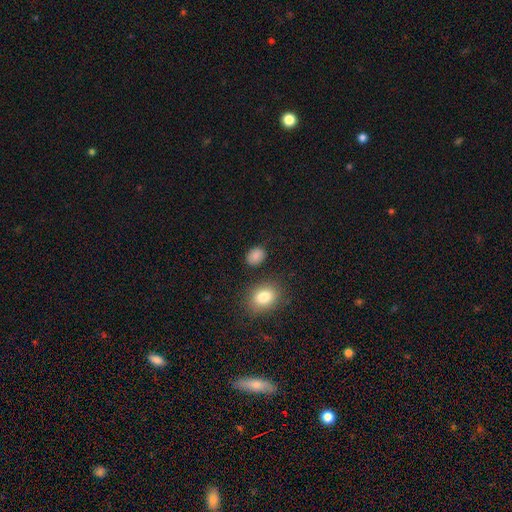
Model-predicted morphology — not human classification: This appears to be a smooth galaxy with no disk features (85%) that is in between round and cigar-shaped (64%). Merging: none (83%).